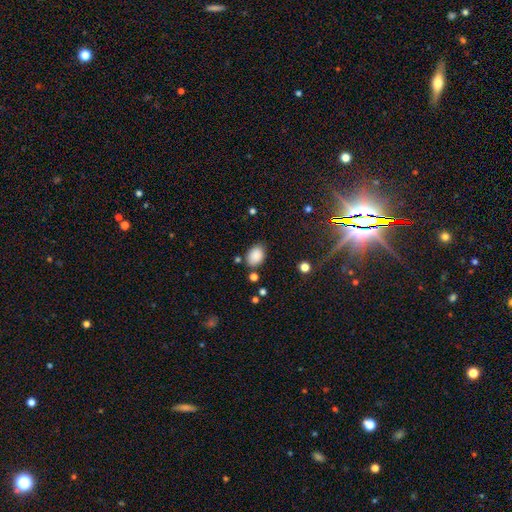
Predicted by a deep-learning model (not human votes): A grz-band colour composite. It shows a smooth galaxy with no disk features (87%) that is in between round and cigar-shaped (81%). Merging: none (77%).